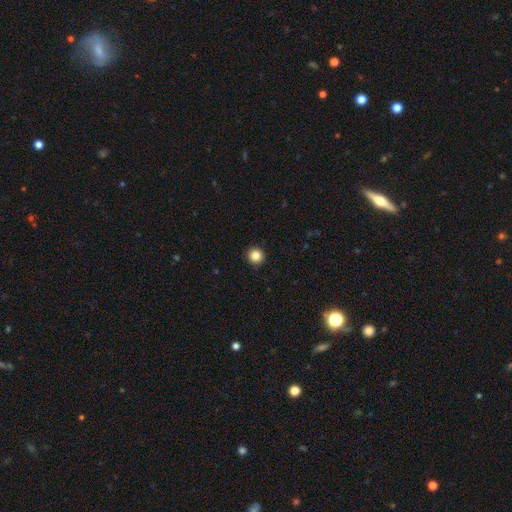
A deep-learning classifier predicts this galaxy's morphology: type=smooth (85%); roundness=round (95%); merging=none (93%).